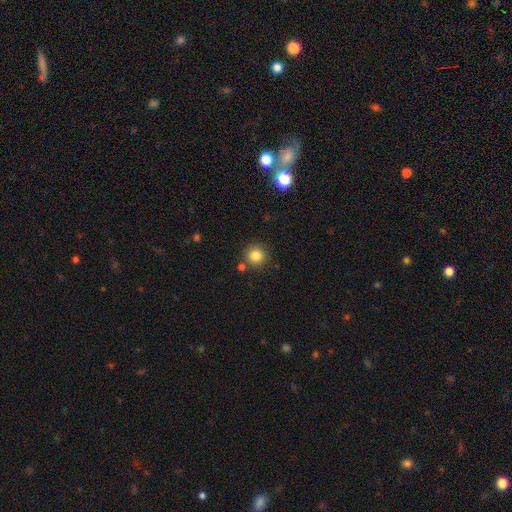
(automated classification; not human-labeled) Q: Smooth or featured?
A: smooth (83%); runner-up: star or artifact (12%)
Q: How rounded?
A: round (93%); runner-up: in between (6%)
Q: Merging?
A: none (82%); runner-up: minor disturbance (8%)